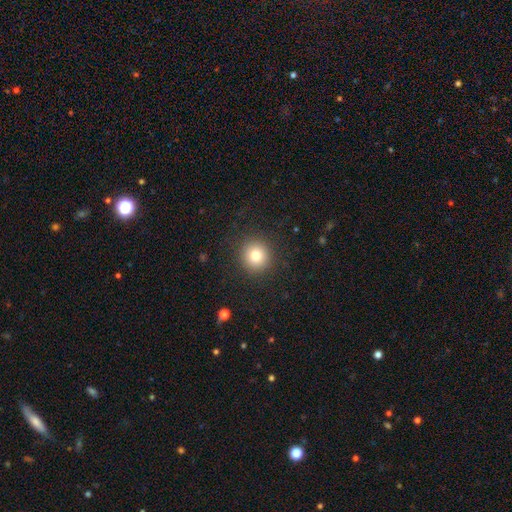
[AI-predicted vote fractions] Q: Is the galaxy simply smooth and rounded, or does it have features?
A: smooth — 79%.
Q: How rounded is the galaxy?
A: round — 94%.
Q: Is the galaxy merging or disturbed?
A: none — 90%.